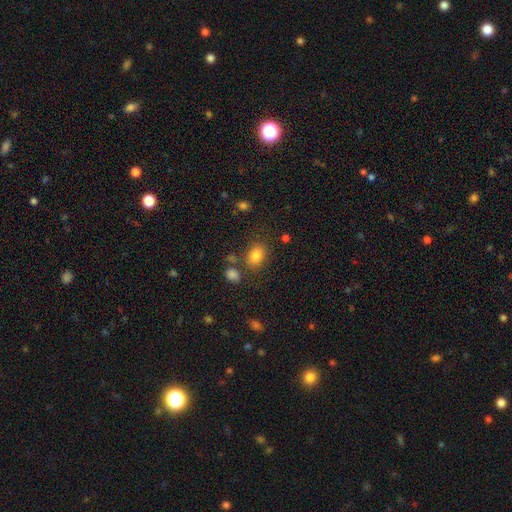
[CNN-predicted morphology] Q: Smooth or featured?
A: smooth (82%); runner-up: star or artifact (11%)
Q: How rounded?
A: in between (67%); runner-up: round (32%)
Q: Merging?
A: none (73%); runner-up: minor disturbance (13%)